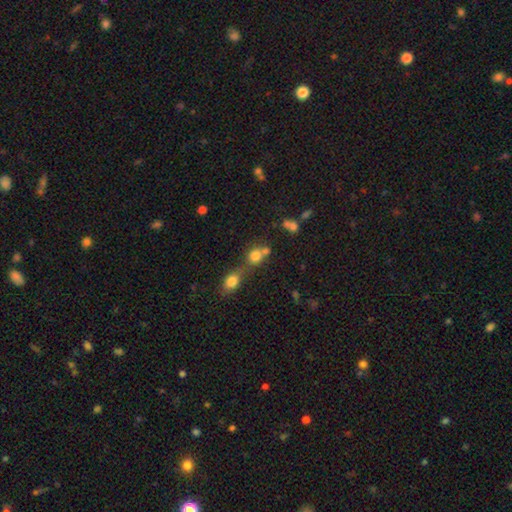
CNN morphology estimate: This is likely a smooth galaxy (76%). How rounded: likely round (77%). Merging: possibly merger (49%).